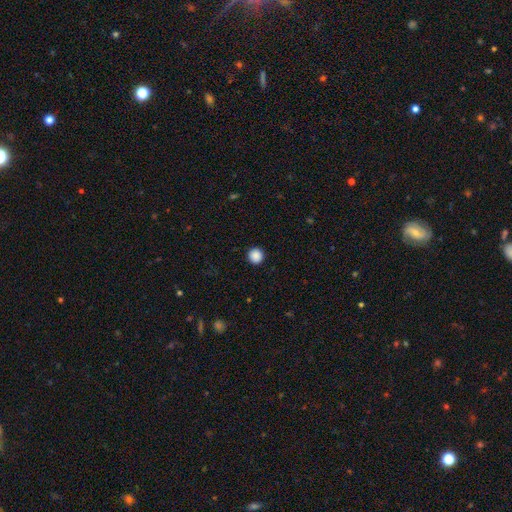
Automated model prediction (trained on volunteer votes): This appears to be a smooth galaxy with no disk features (89%) that is round (93%). Merging: none (93%).